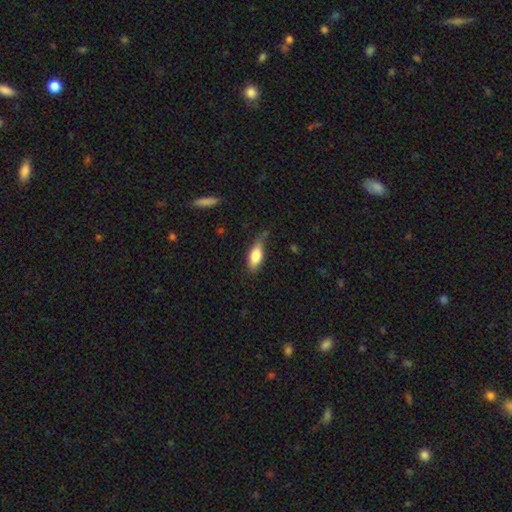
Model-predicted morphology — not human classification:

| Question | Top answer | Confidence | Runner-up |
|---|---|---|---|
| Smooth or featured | smooth | 77% | featured or disk (17%) |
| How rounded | in between | 78% | cigar-shaped (19%) |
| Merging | none | 46% | minor disturbance (37%) |